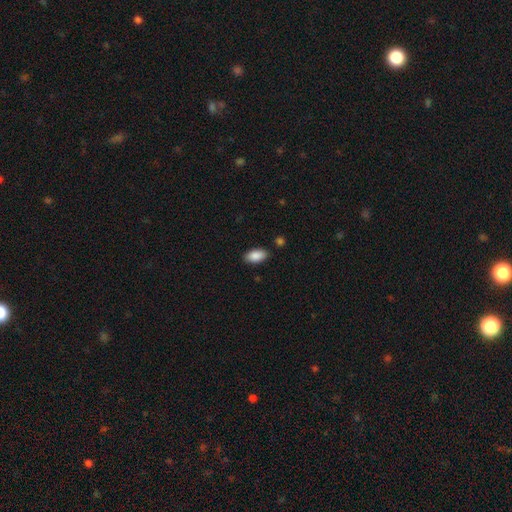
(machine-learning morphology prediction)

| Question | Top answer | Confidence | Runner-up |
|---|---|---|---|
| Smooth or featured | smooth | 89% | star or artifact (7%) |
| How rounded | in between | 93% | cigar-shaped (4%) |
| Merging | none | 86% | minor disturbance (10%) |